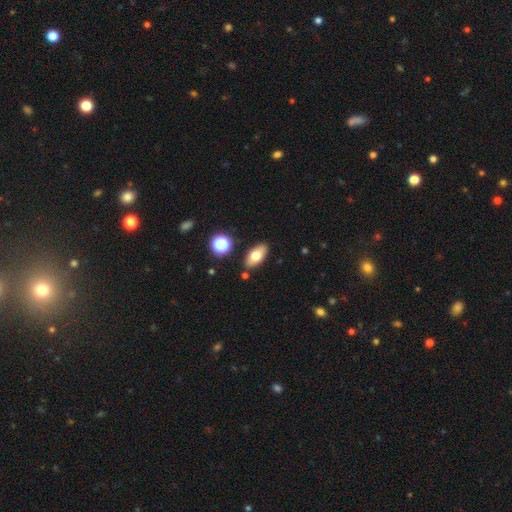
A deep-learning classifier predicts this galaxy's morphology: smooth 74%, featured or disk 17%, star or artifact 9%. Down the decision tree: how rounded — in between (87%); merging — none (85%).